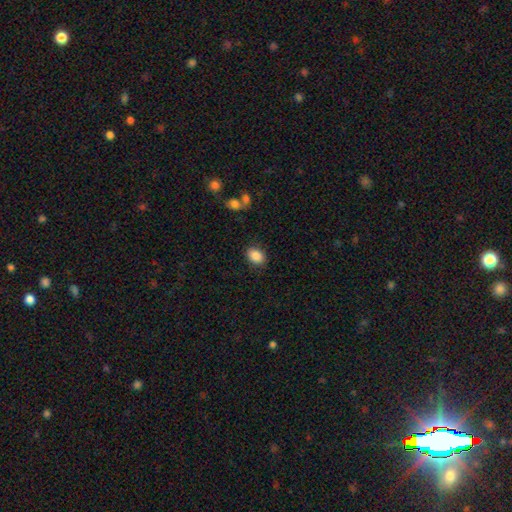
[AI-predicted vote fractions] A smooth galaxy with no disk features (88%) that is in between round and cigar-shaped (75%).

Vote fractions:
- Smooth or featured? smooth: 88% / star or artifact: 8% / featured or disk: 4%
- How rounded? in between: 75% / round: 24% / cigar-shaped: 1%
- Merging? none: 85% / minor disturbance: 10% / major disturbance: 3% / merger: 2%